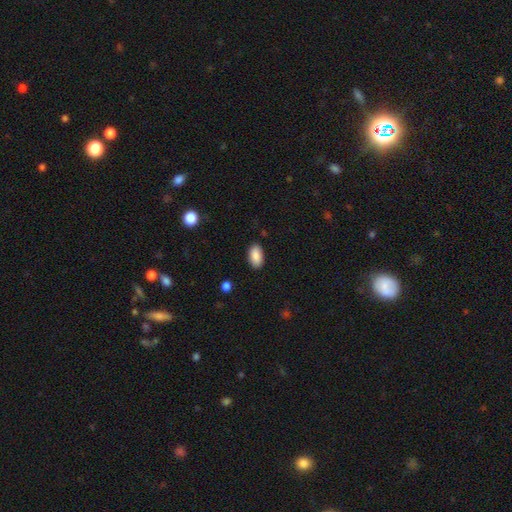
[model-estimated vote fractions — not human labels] The model was most divided on "merging": none: 88%, minor disturbance: 9%, major disturbance: 2%, merger: 1%. More confident: how rounded — in between (94%); smooth or featured — smooth (89%).